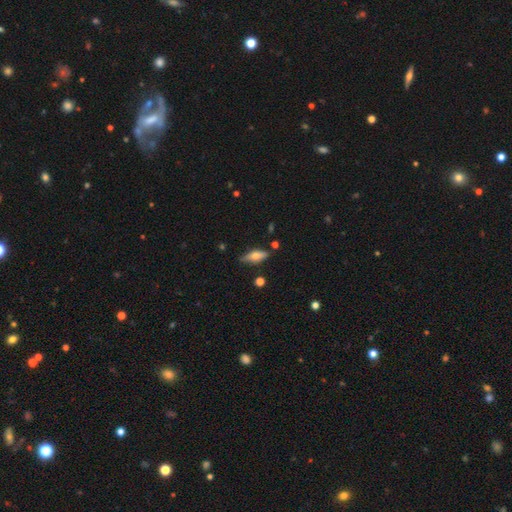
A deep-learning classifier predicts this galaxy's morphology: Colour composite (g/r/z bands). It shows a smooth galaxy with no disk features (51%) that is in between round and cigar-shaped (59%). Merging: none (80%).